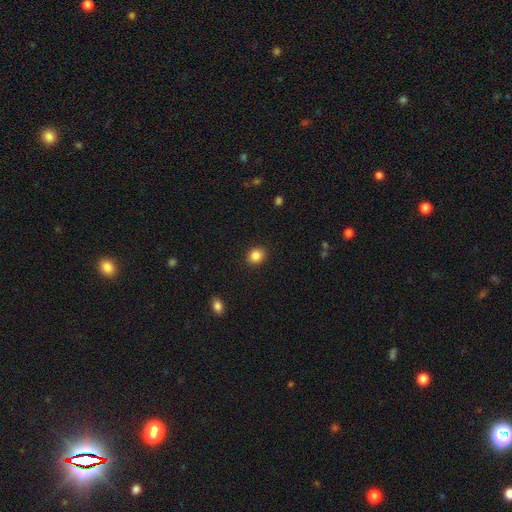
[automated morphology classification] This is clearly a smooth galaxy (86%). How rounded: likely round (66%). Merging: clearly none (90%).